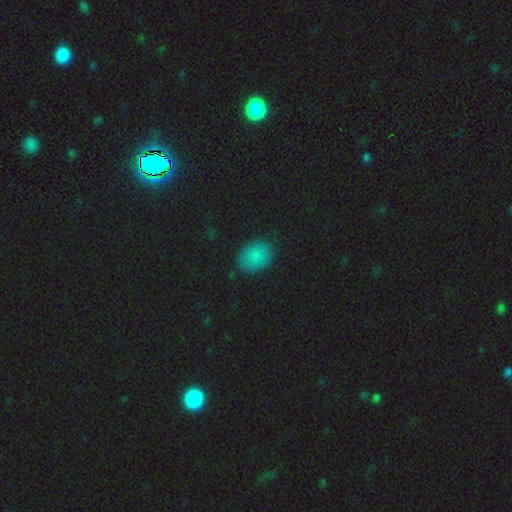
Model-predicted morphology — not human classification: Smooth or featured?
  - smooth: 81% *
  - star or artifact: 14%
  - featured or disk: 5%
How rounded?
  - in between: 71% *
  - round: 28%
  - cigar-shaped: 1%
Merging?
  - none: 83% *
  - minor disturbance: 12%
  - major disturbance: 3%
  - merger: 1%